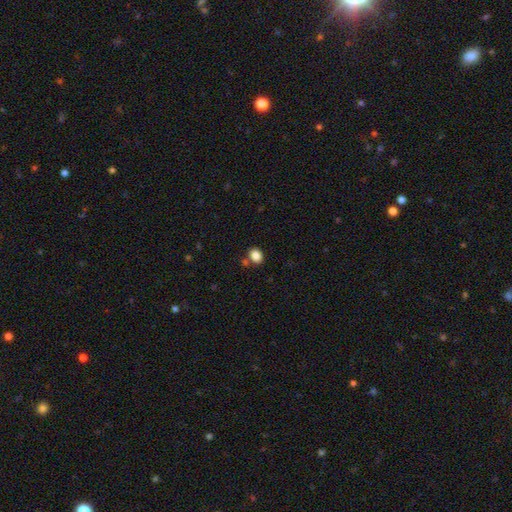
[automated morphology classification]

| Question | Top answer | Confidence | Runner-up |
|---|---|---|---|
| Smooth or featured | smooth | 86% | star or artifact (10%) |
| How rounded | in between | 50% | tied: round (50%) |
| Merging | none | 75% | merger (11%) |